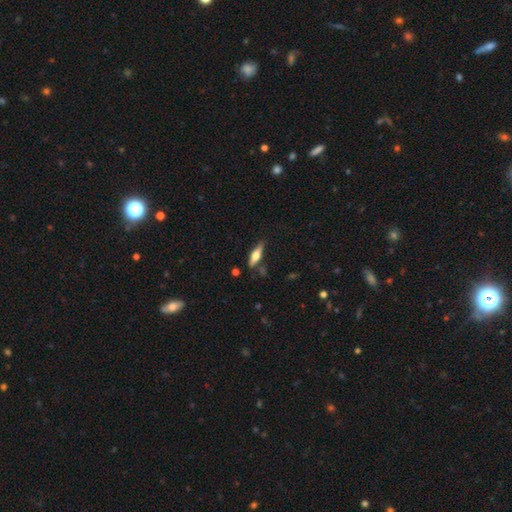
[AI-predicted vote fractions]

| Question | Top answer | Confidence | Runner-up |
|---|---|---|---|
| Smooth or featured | featured or disk | 47% | tied: smooth (47%) |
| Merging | none | 75% | minor disturbance (16%) |